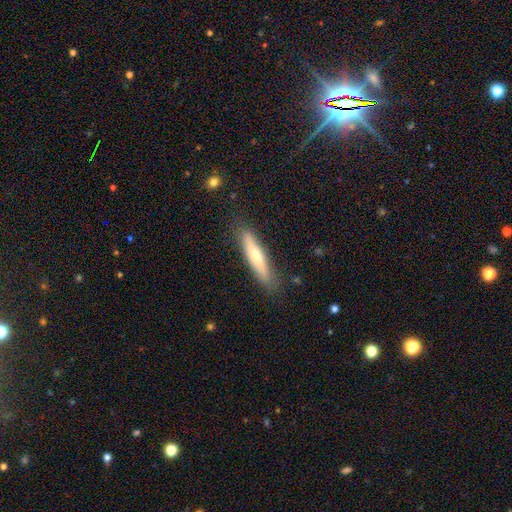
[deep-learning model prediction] This appears to be a smooth galaxy with no disk features (62%) that is cigar-shaped (87%). Merging: none (83%).